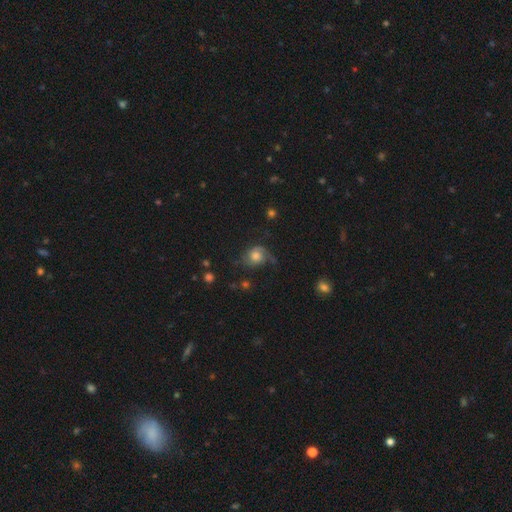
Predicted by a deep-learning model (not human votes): Morphology: type=featured or disk (47%); merging=none (56%).